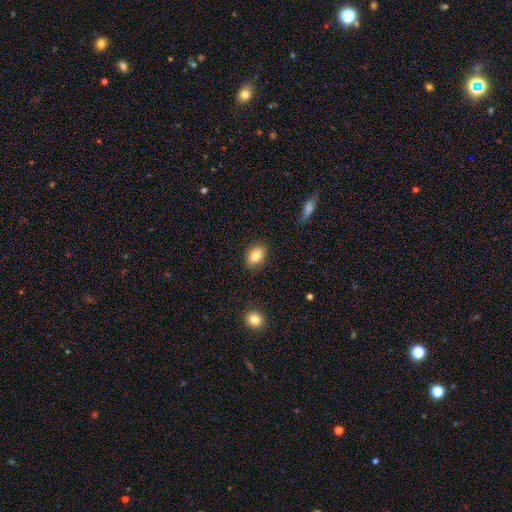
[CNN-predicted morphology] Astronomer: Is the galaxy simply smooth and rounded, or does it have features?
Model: smooth — 83%.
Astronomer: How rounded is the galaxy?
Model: in between — 84%.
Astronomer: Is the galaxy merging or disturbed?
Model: none — 87%.